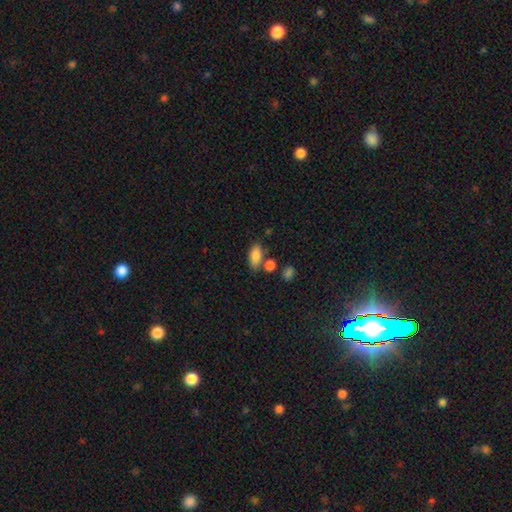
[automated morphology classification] Q: Smooth or featured?
A: smooth (86%); runner-up: star or artifact (8%)
Q: How rounded?
A: in between (87%); runner-up: cigar-shaped (8%)
Q: Merging?
A: none (64%); runner-up: merger (17%)